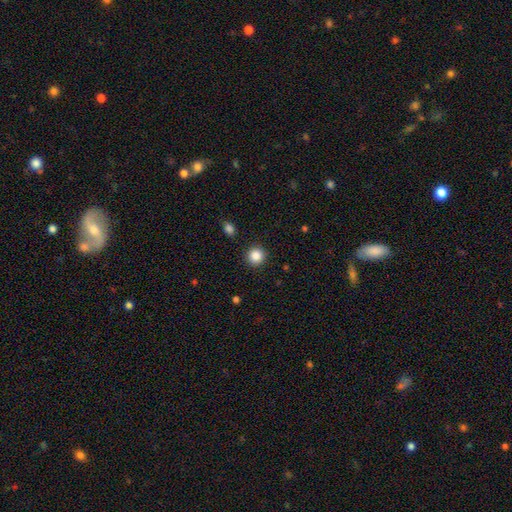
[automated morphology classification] smooth-or-featured: smooth: 86% | star or artifact: 10% | featured or disk: 4%
  how-rounded: round: 93% | in between: 6% | cigar-shaped: 1%
  merging: none: 91% | minor disturbance: 5% | major disturbance: 2% | merger: 1%